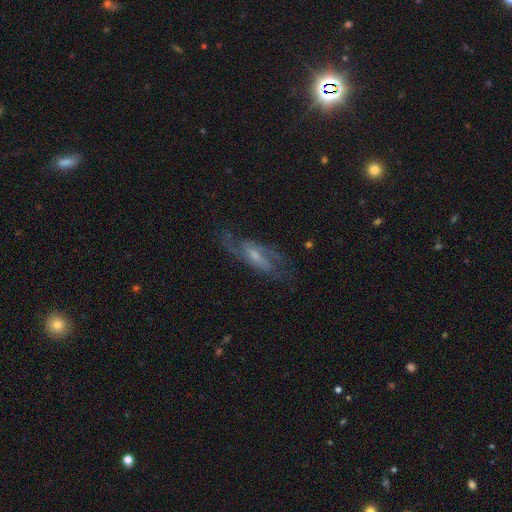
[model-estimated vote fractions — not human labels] Smooth or featured: featured or disk — 79% (smooth — 14%)
Edge-on disk: no — 89% (yes — 11%)
Bar: weak — 46% (no — 36%)
Spiral arms: yes — 92% (no — 8%)
Spiral winding: medium — 50% (loose — 29%)
Spiral arm count: 2 — 78% (can't tell — 12%)
Bulge size: small — 58% (moderate — 31%)
Merging: none — 69% (minor disturbance — 18%)